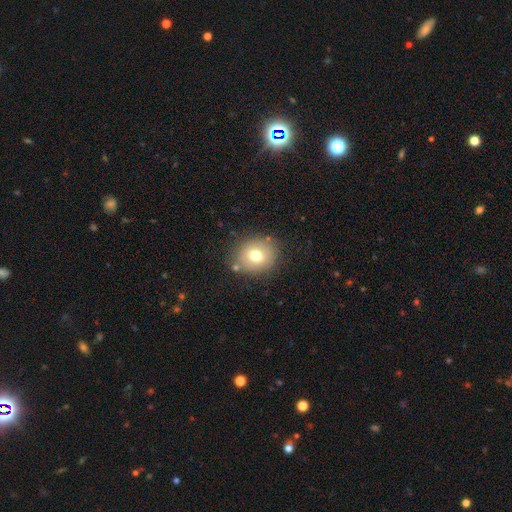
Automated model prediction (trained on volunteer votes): Smooth or featured: smooth — 71% (featured or disk — 17%)
How rounded: round — 74% (in between — 25%)
Merging: none — 80% (minor disturbance — 12%)